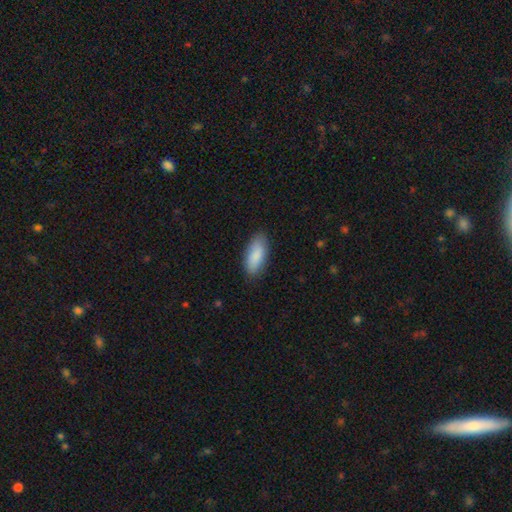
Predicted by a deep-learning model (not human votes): This is clearly a smooth galaxy (88%). How rounded: clearly in between (86%). Merging: clearly none (85%).